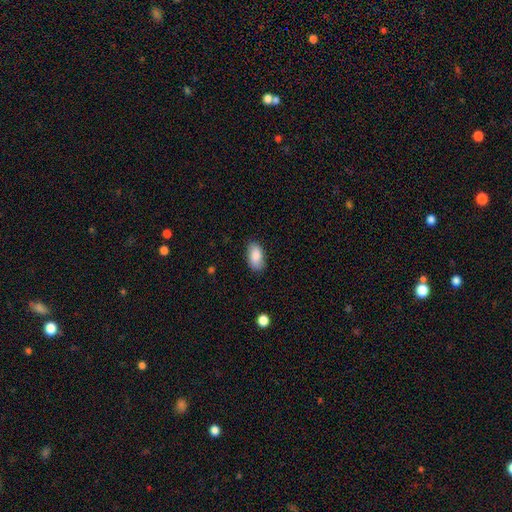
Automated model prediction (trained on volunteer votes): A smooth galaxy with no disk features (86%) that is in between round and cigar-shaped (93%).

Vote fractions:
- Smooth or featured? smooth: 86% / featured or disk: 8% / star or artifact: 7%
- How rounded? in between: 93% / round: 4% / cigar-shaped: 3%
- Merging? none: 81% / minor disturbance: 15% / major disturbance: 3% / merger: 1%